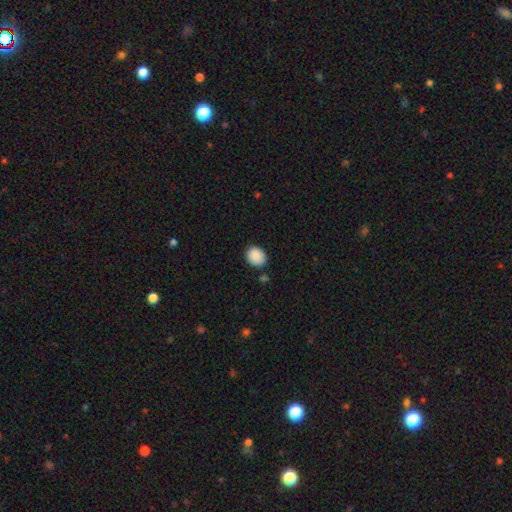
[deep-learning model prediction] A smooth galaxy with no disk features (89%) that is round (53%). Merging: none (81%).